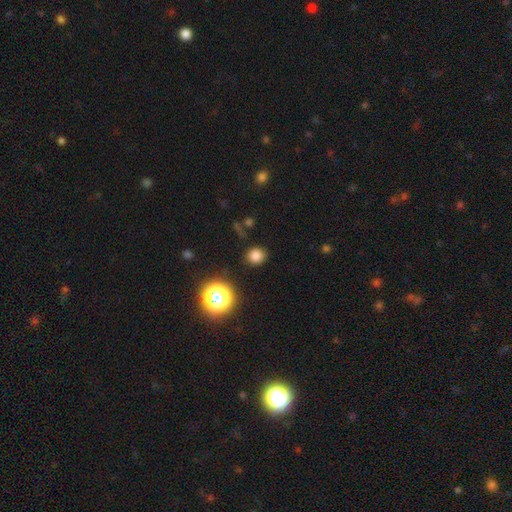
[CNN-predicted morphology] The model was most divided on "smooth or featured": smooth: 78%, star or artifact: 17%, featured or disk: 5%. More confident: how rounded — round (87%); merging — none (84%).